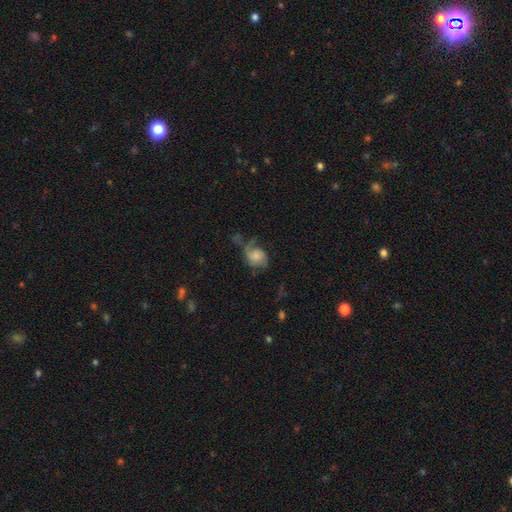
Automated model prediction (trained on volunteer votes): Smooth or featured? featured or disk (47%)
Merging? none (34%, tied with major disturbance)